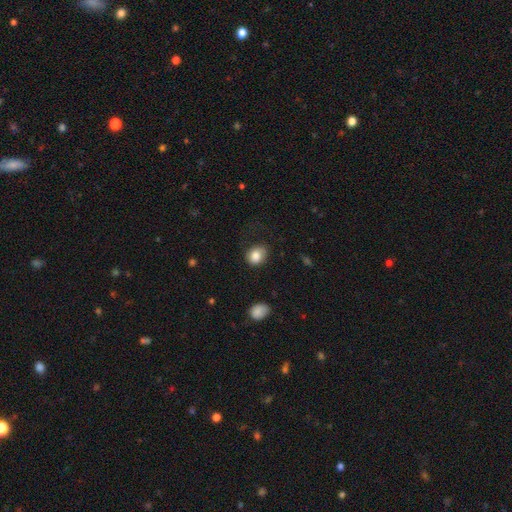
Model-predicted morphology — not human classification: A smooth galaxy with no disk features (84%) that is round (56%).

Vote fractions:
- Smooth or featured? smooth: 84% / star or artifact: 8% / featured or disk: 7%
- How rounded? round: 56% / in between: 43% / cigar-shaped: 1%
- Merging? none: 71% / minor disturbance: 20% / major disturbance: 7% / merger: 2%